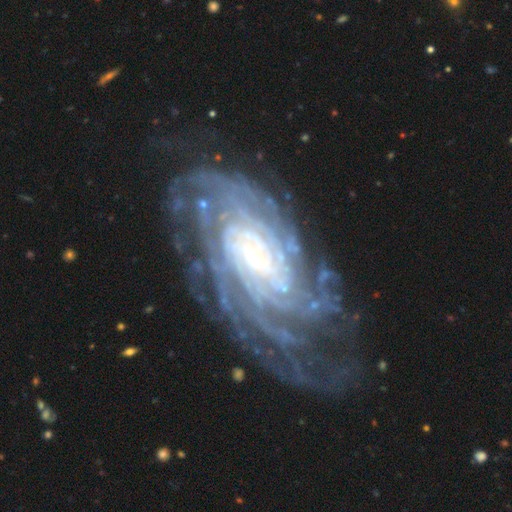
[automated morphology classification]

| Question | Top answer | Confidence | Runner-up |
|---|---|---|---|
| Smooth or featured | featured or disk | 90% | star or artifact (5%) |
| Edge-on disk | no | 96% | yes (4%) |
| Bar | no | 58% | weak (28%) |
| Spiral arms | yes | 98% | no (2%) |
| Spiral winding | tight | 79% | medium (17%) |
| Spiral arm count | more than 4 | 33% | can't tell (23%) |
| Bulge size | small | 67% | moderate (22%) |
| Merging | none | 70% | minor disturbance (18%) |